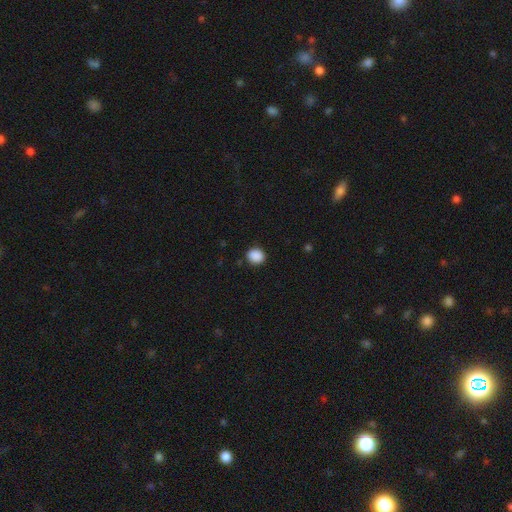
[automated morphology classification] smooth 89%, star or artifact 9%, featured or disk 2%. Down the decision tree: how rounded — round (76%); merging — none (89%).